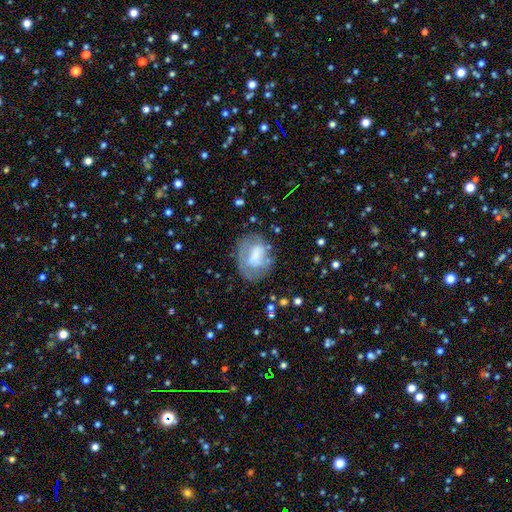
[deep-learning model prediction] The model was most divided on "smooth or featured": smooth: 53%, featured or disk: 37%, star or artifact: 10%. Remaining: how rounded — in between (65%); merging — none (49%).